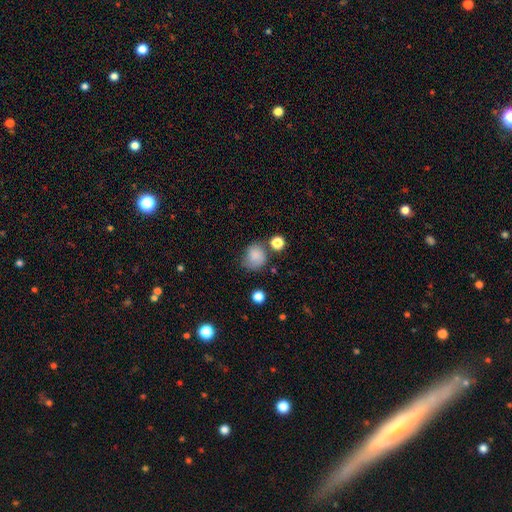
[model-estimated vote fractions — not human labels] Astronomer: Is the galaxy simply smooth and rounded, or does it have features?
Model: smooth — 81%.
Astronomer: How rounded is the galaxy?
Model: round — 74%.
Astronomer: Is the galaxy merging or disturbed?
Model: none — 57%.